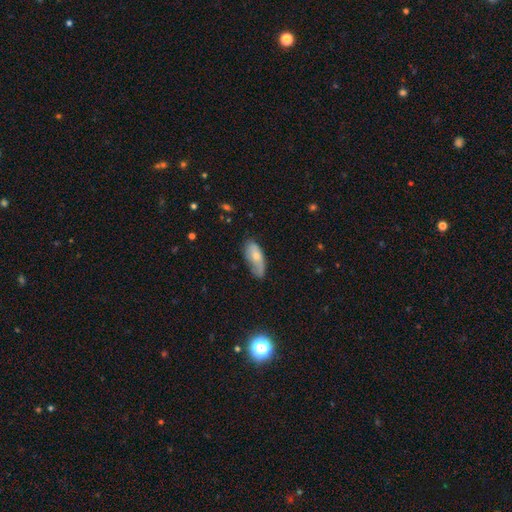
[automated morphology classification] smooth-or-featured: smooth: 65% | featured or disk: 29% | star or artifact: 6%
  how-rounded: in between: 82% | cigar-shaped: 16% | round: 2%
  merging: none: 52% | minor disturbance: 35% | major disturbance: 11% | merger: 3%